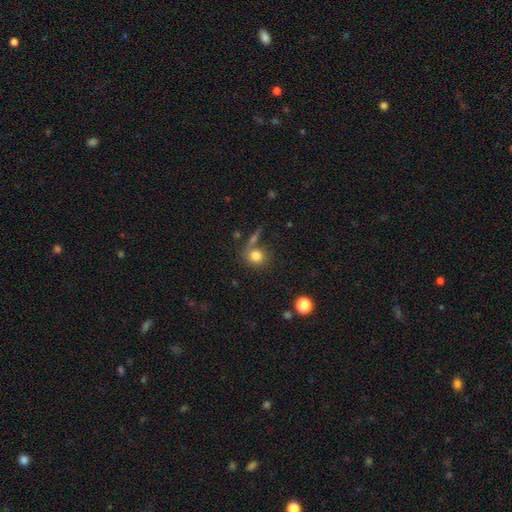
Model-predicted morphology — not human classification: Overall: smooth (79%). How rounded: round (78%). Merging: none (61%).